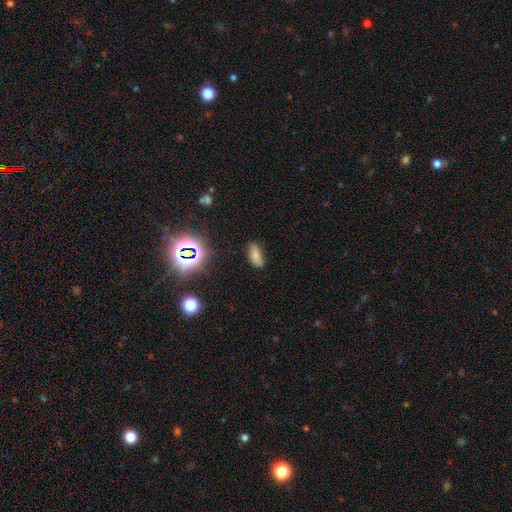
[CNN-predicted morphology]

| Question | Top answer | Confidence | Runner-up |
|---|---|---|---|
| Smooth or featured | smooth | 72% | star or artifact (18%) |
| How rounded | in between | 80% | cigar-shaped (16%) |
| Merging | none | 73% | minor disturbance (19%) |